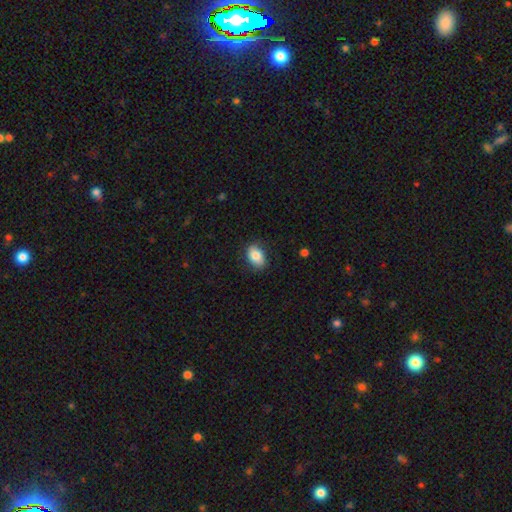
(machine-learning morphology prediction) Smooth or featured: smooth — 83% (featured or disk — 10%)
How rounded: in between — 84% (round — 15%)
Merging: none — 83% (minor disturbance — 13%)